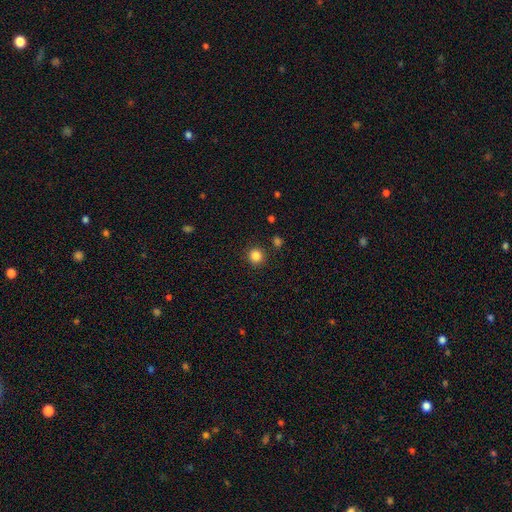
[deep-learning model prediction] smooth 85%, star or artifact 12%, featured or disk 4%. Down the decision tree: how rounded — round (93%); merging — none (89%).